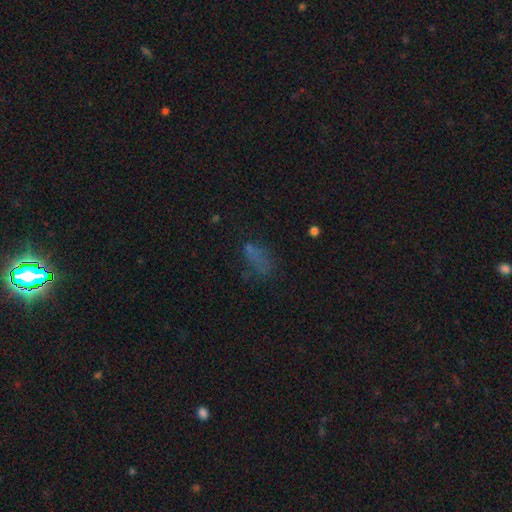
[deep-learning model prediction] Morphology: type=smooth (50%); roundness=in between (77%); merging=none (47%).